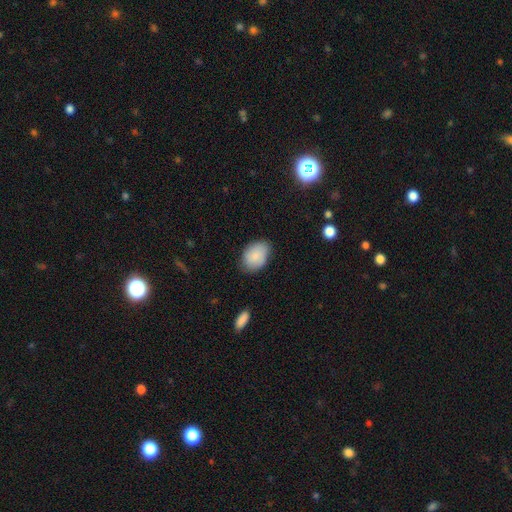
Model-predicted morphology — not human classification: Smooth or featured? Predicted: smooth (p=0.85). How rounded? Predicted: in between (p=0.82). Merging? Predicted: none (p=0.77).